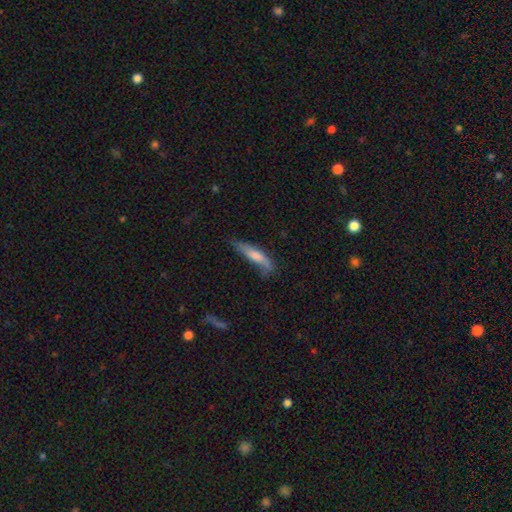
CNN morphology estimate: Q: Smooth or featured?
A: smooth (62%); runner-up: featured or disk (31%)
Q: How rounded?
A: cigar-shaped (77%); runner-up: in between (21%)
Q: Merging?
A: none (50%); runner-up: minor disturbance (32%)